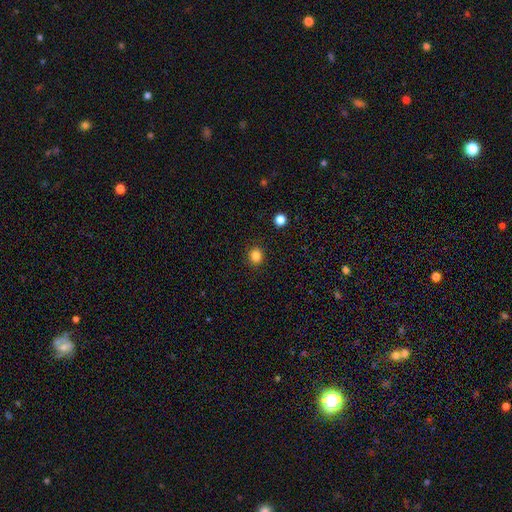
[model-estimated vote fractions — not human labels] A smooth galaxy with no disk features (84%) that is round (83%).

Vote fractions:
- Smooth or featured? smooth: 84% / star or artifact: 12% / featured or disk: 5%
- How rounded? round: 83% / in between: 17% / cigar-shaped: 1%
- Merging? none: 91% / minor disturbance: 6% / major disturbance: 2% / merger: 1%